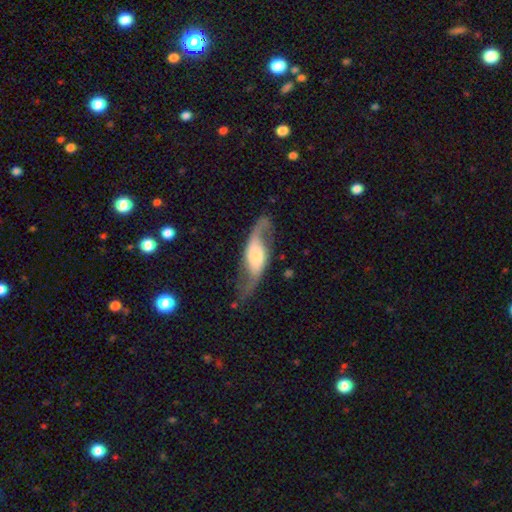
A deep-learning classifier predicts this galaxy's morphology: Smooth or featured? featured or disk (80%)
Edge-on disk? no (88%)
Bar? no (53%)
Spiral arms? yes (94%)
Spiral winding? loose (75%)
Spiral arm count? 2 (91%)
Bulge size? large (32%)
Merging? none (68%)